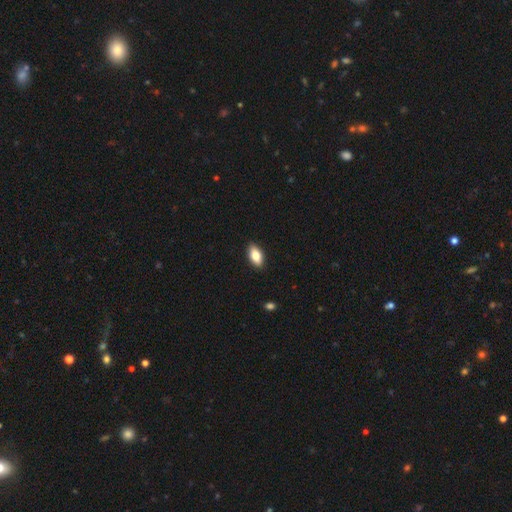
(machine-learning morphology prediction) The model was most divided on "smooth or featured": smooth: 80%, featured or disk: 13%, star or artifact: 7%. More confident: how rounded — in between (89%); merging — none (89%).